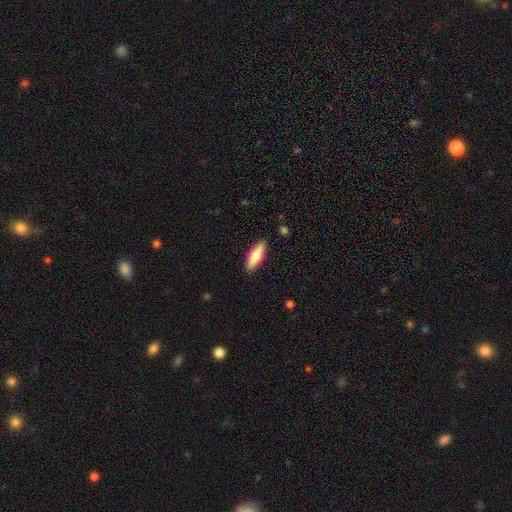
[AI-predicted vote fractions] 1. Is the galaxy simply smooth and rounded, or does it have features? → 58% smooth, 37% featured or disk, 6% star or artifact.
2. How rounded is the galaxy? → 57% in between, 41% cigar-shaped, 3% round.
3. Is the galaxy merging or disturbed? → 89% none, 8% minor disturbance, 2% major disturbance, 1% merger.